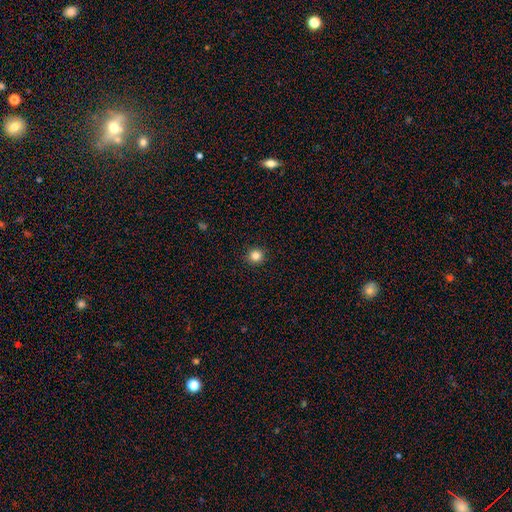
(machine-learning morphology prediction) A smooth galaxy with no disk features (84%) that is round (93%). Merging: none (92%).